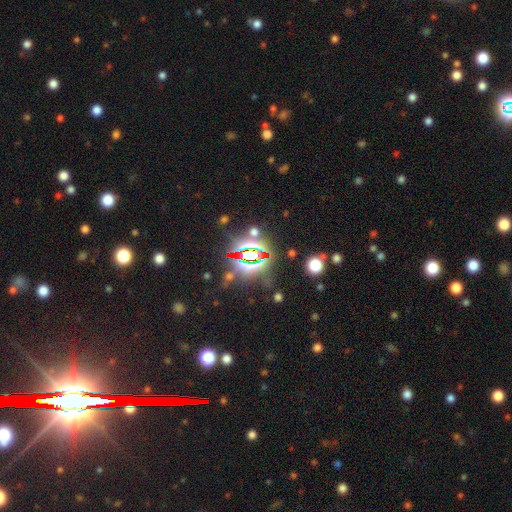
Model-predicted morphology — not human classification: Smooth or featured? star or artifact (82%)